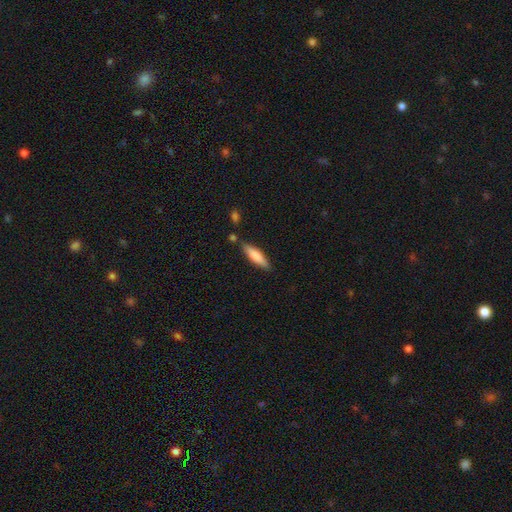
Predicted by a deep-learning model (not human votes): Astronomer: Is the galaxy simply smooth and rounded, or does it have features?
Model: smooth — 73%.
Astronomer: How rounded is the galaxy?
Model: cigar-shaped — 71%.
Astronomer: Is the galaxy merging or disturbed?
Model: none — 80%.